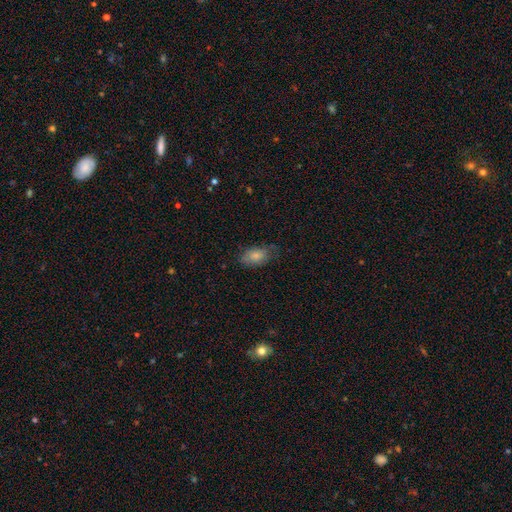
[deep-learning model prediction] Morphology: type=smooth (81%); roundness=in between (91%); merging=none (65%).